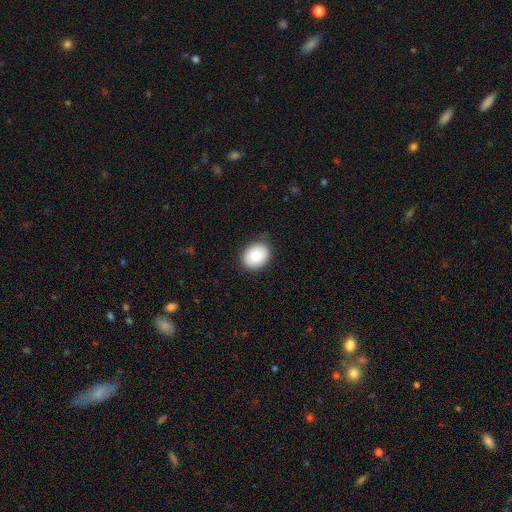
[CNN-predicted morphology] smooth-or-featured: smooth: 84% | featured or disk: 8% | star or artifact: 8%
  how-rounded: in between: 56% | round: 44% | cigar-shaped: 1%
  merging: none: 84% | minor disturbance: 13% | major disturbance: 2% | merger: 1%